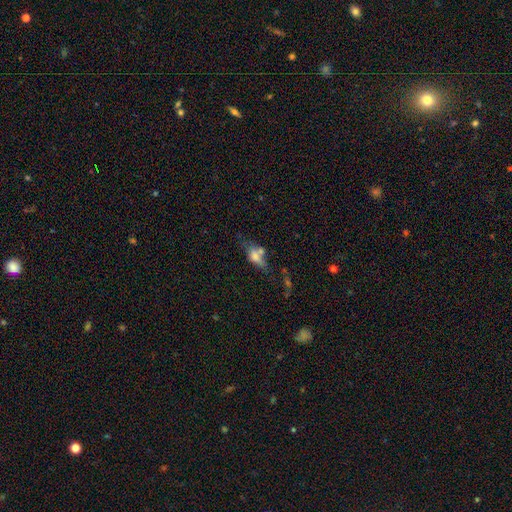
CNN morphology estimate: Smooth or featured: smooth — 54% (featured or disk — 34%)
How rounded: in between — 69% (cigar-shaped — 20%)
Merging: none — 38% (merger — 28%)